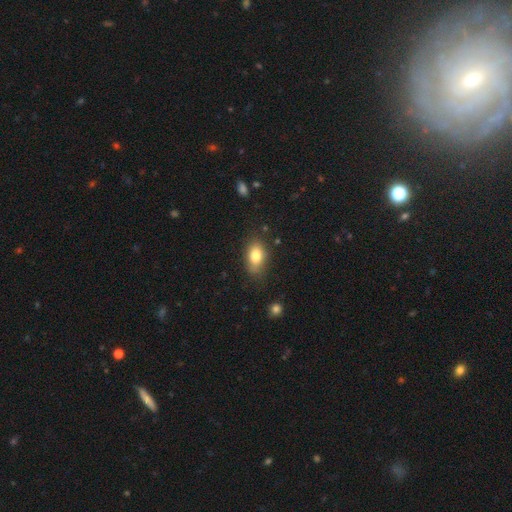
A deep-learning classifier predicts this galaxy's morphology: smooth 81%, featured or disk 11%, star or artifact 8%. Down the decision tree: how rounded — in between (87%); merging — none (74%).